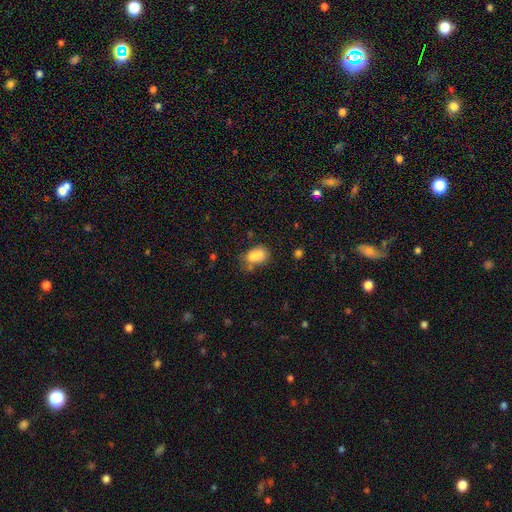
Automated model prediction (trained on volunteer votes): smooth_or_featured: smooth (p=0.71) [alt: featured or disk p=0.18]
how_rounded: in between (p=0.59) [alt: round p=0.40]
merging: merger (p=0.55) [alt: none p=0.28]